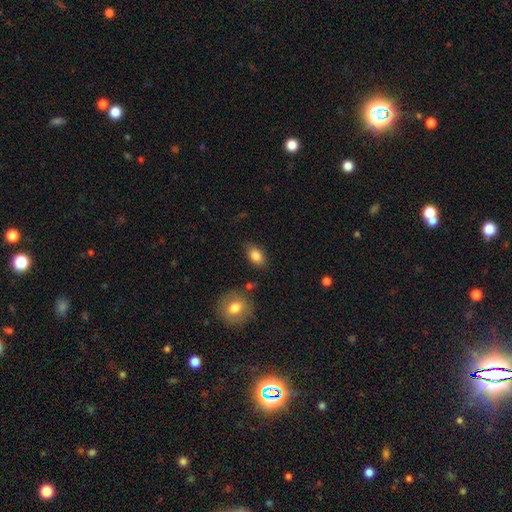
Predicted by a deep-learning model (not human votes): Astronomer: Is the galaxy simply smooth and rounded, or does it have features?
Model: smooth — 84%.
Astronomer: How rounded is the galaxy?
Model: in between — 86%.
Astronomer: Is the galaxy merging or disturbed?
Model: none — 80%.